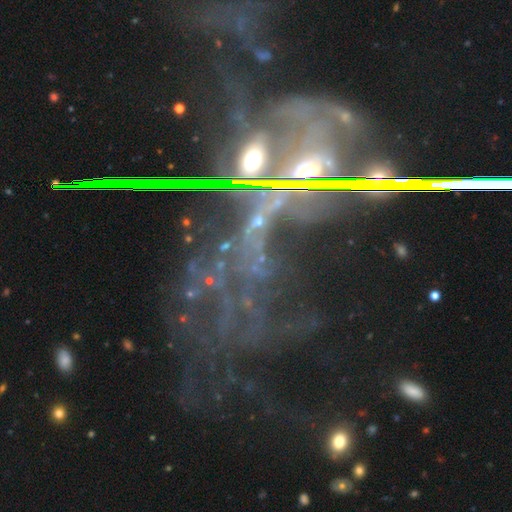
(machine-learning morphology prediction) Overall: star or artifact (59%; featured or disk 30%).